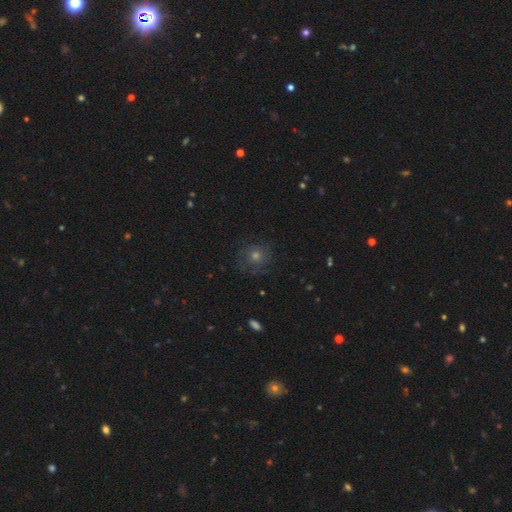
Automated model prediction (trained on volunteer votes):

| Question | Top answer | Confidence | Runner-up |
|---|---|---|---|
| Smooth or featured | smooth | 46% | featured or disk (27%) |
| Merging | none | 78% | minor disturbance (13%) |